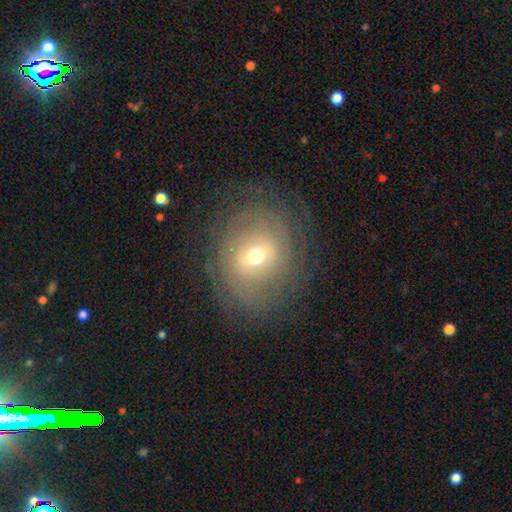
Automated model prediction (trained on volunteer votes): A featured or disk galaxy (61%) with no bar (50%), spiral arms (66%) and a moderate central bulge (62%).

Vote fractions:
- Smooth or featured? featured or disk: 61% / smooth: 28% / star or artifact: 11%
- Edge-on disk? no: 95% / yes: 5%
- Bar? no: 50% / weak: 37% / strong: 12%
- Spiral arms? yes: 66% / no: 34%
- Bulge size? moderate: 62% / small: 30% / large: 5% / dominant: 1% / none: 1%
- Merging? none: 76% / minor disturbance: 14% / major disturbance: 9% / merger: 1%